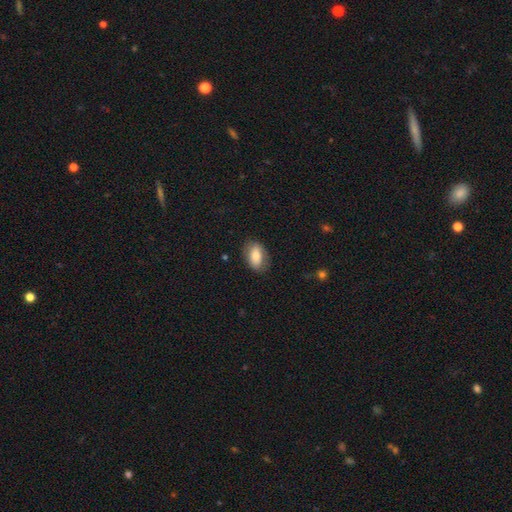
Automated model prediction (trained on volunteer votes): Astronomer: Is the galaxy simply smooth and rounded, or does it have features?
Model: smooth — 79%.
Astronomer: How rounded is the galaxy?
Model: in between — 89%.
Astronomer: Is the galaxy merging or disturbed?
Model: none — 80%.